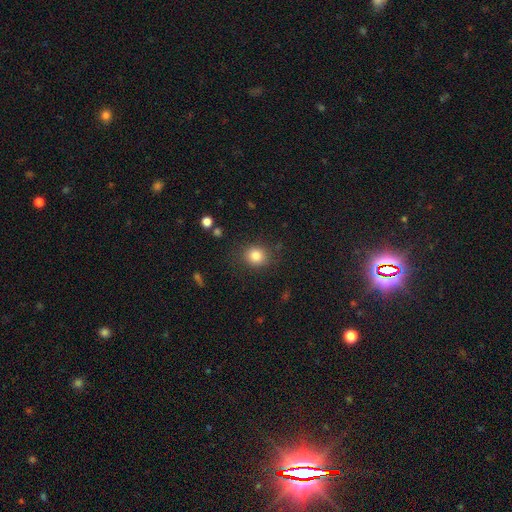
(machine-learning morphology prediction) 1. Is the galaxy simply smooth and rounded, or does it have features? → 82% smooth, 11% star or artifact, 7% featured or disk.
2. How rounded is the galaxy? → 76% round, 23% in between, 1% cigar-shaped.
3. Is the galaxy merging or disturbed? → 84% none, 11% minor disturbance, 4% major disturbance, 2% merger.